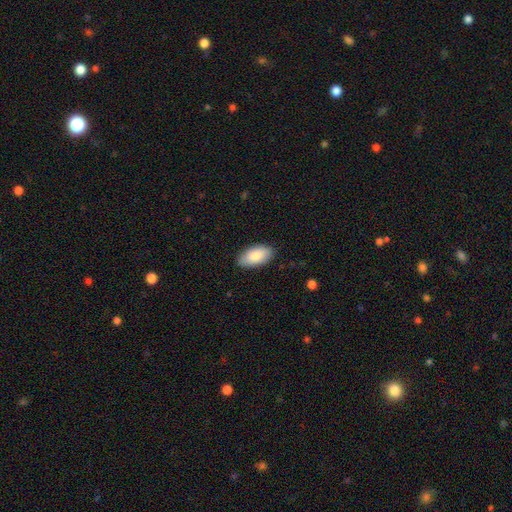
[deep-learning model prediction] Morphology: type=smooth (84%); roundness=in between (95%); merging=none (86%).